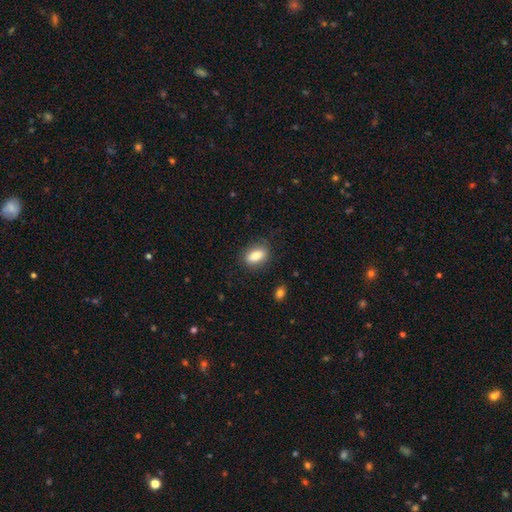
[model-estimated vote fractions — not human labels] Overall: smooth (82%). How rounded: in between (85%). Merging: none (82%).